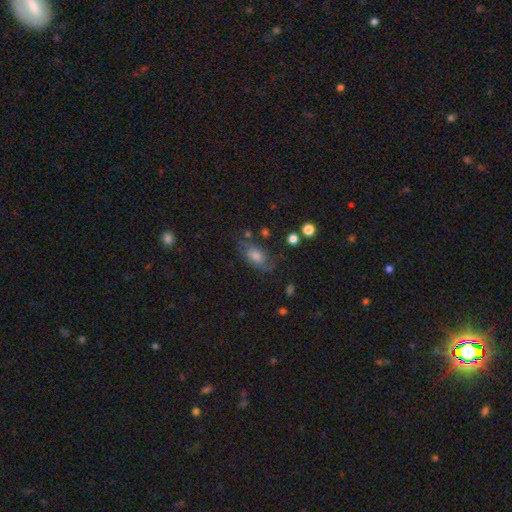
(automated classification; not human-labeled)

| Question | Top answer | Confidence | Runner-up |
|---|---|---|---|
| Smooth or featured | featured or disk | 49% | smooth (37%) |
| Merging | none | 61% | minor disturbance (23%) |